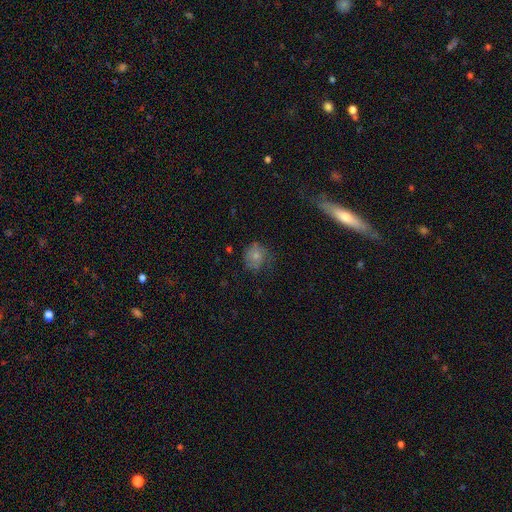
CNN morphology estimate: A smooth galaxy with no disk features (65%) that is round (79%). Merging: none (54%).